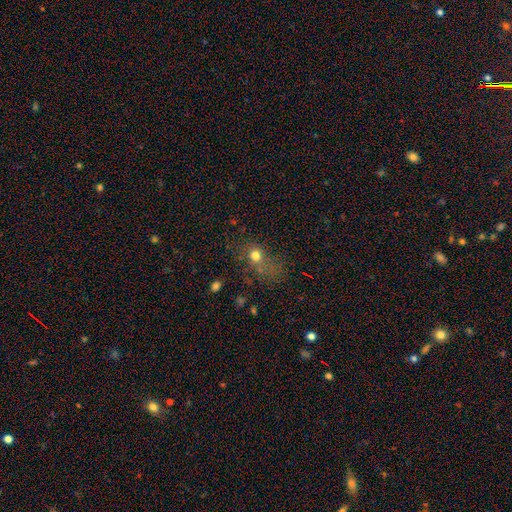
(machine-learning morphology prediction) type=smooth (68%); roundness=round (61%); merging=none (41%).